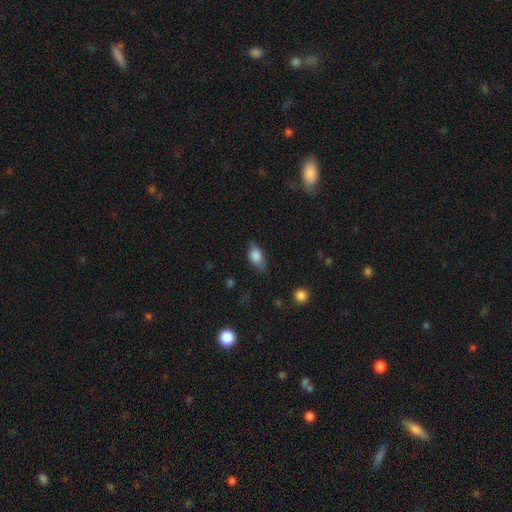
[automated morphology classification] Smooth or featured? Predicted: smooth (p=0.81). How rounded? Predicted: in between (p=0.86). Merging? Predicted: none (p=0.67).